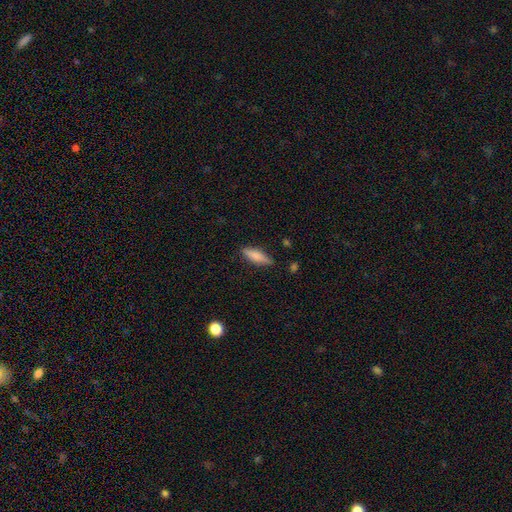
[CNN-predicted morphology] Smooth or featured?
  - smooth: 77% *
  - featured or disk: 17%
  - star or artifact: 6%
How rounded?
  - cigar-shaped: 51% *
  - in between: 47%
  - round: 2%
Merging?
  - none: 83% *
  - minor disturbance: 12%
  - major disturbance: 3%
  - merger: 2%